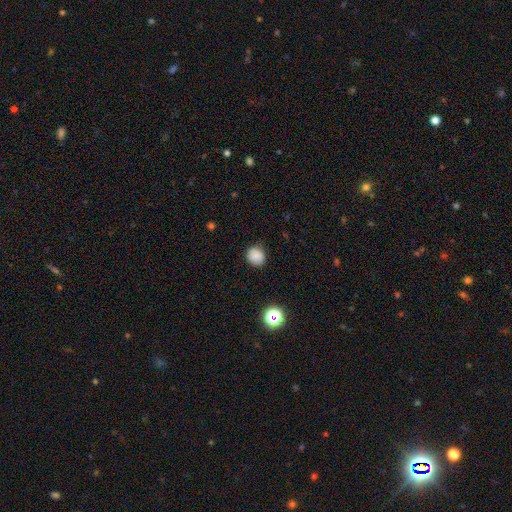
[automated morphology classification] Smooth or featured? Predicted: smooth (p=0.83). How rounded? Predicted: round (p=0.85). Merging? Predicted: none (p=0.82).